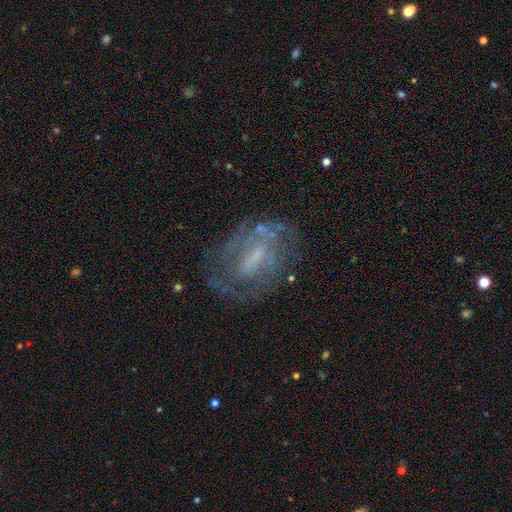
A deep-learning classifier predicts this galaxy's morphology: This appears to be a featured or disk galaxy (75%) with a weak bar (48%), tight (46%) spiral arms (78%) and a small central bulge (42%). Merging: none (65%).